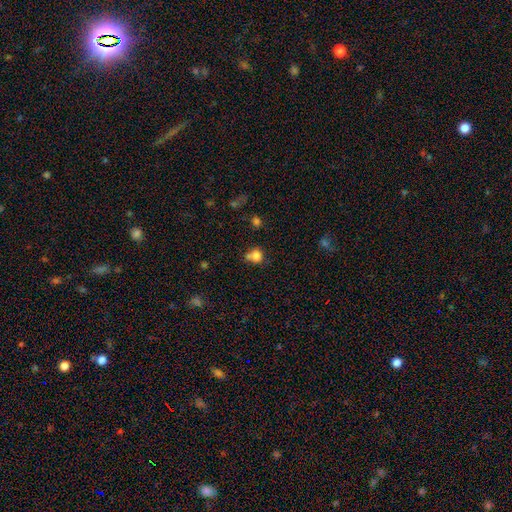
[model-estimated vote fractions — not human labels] This appears to be a smooth galaxy with no disk features (80%) that is round (76%). Merging: none (46%).